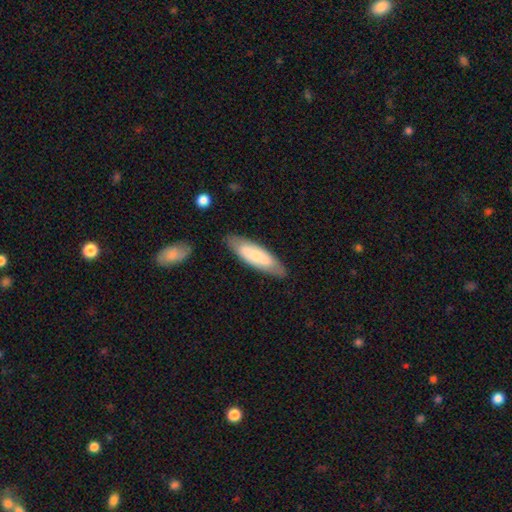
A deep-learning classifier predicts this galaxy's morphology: Smooth or featured?
  - smooth: 63% *
  - featured or disk: 31%
  - star or artifact: 5%
How rounded?
  - cigar-shaped: 50% *
  - in between: 49%
  - round: 1%
Merging?
  - none: 82% *
  - minor disturbance: 13%
  - major disturbance: 3%
  - merger: 2%